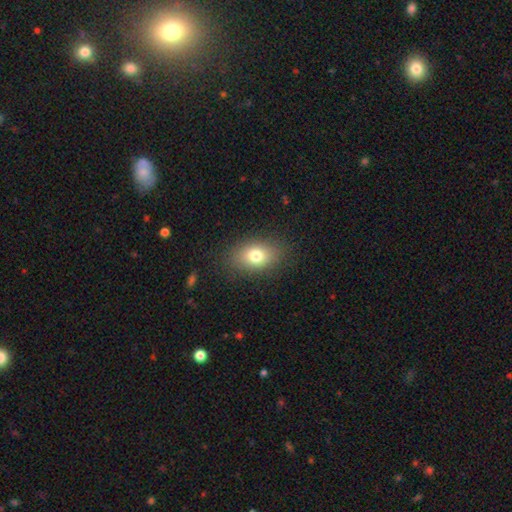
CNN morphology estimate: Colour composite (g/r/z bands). It shows a smooth galaxy with no disk features (78%) that is in between round and cigar-shaped (79%). Merging: none (85%).